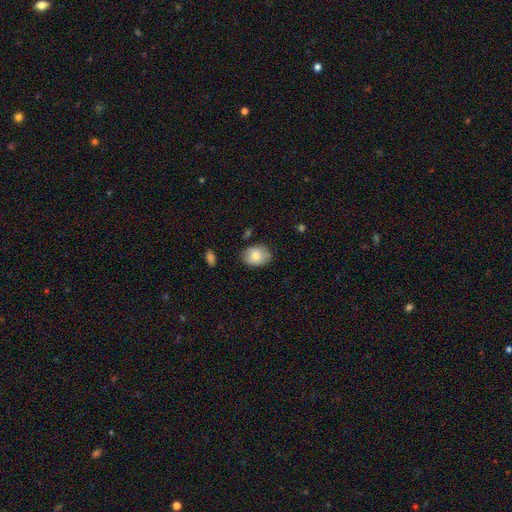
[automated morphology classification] smooth 75%, featured or disk 18%, star or artifact 7%. Down the decision tree: how rounded — in between (66%); merging — none (73%).